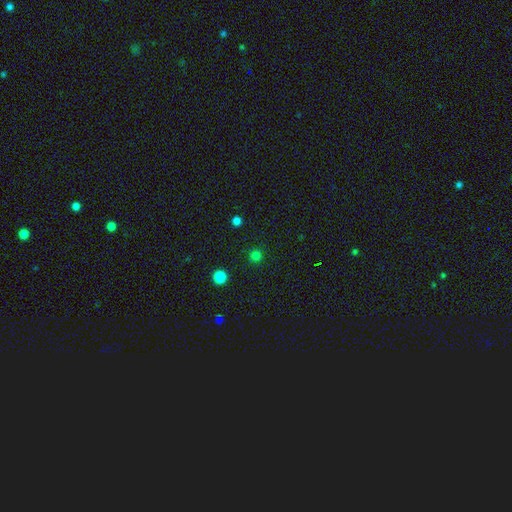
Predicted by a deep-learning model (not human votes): Smooth or featured? smooth (76%)
How rounded? round (94%)
Merging? none (90%)